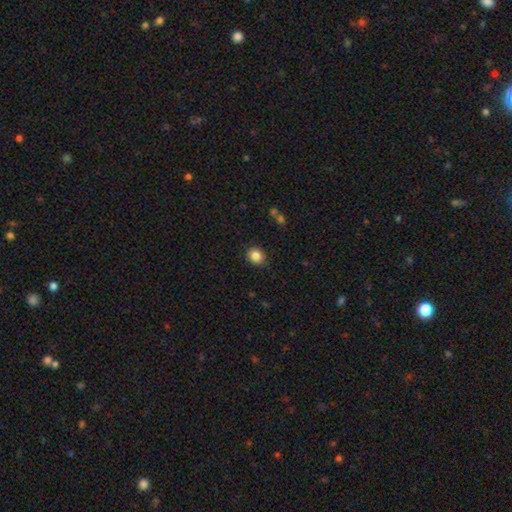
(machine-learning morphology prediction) smooth-or-featured: smooth: 85% | star or artifact: 10% | featured or disk: 5%
  how-rounded: round: 75% | in between: 24% | cigar-shaped: 1%
  merging: none: 90% | minor disturbance: 7% | major disturbance: 2% | merger: 1%